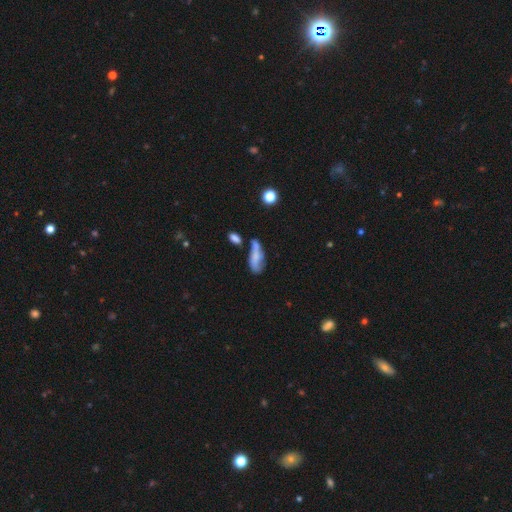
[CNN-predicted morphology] smooth_or_featured: smooth (p=0.54) [alt: featured or disk p=0.36]
how_rounded: in between (p=0.69) [alt: cigar-shaped p=0.27]
merging: none (p=0.34) [alt: minor disturbance p=0.25]